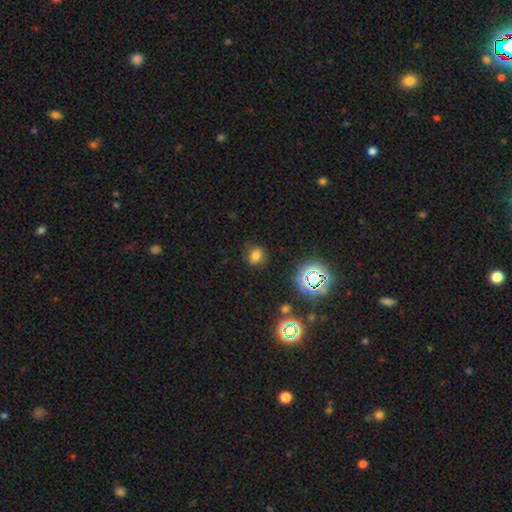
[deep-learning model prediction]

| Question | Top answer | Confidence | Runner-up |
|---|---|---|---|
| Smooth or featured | smooth | 71% | star or artifact (21%) |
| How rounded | round | 56% | in between (43%) |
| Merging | none | 80% | minor disturbance (14%) |